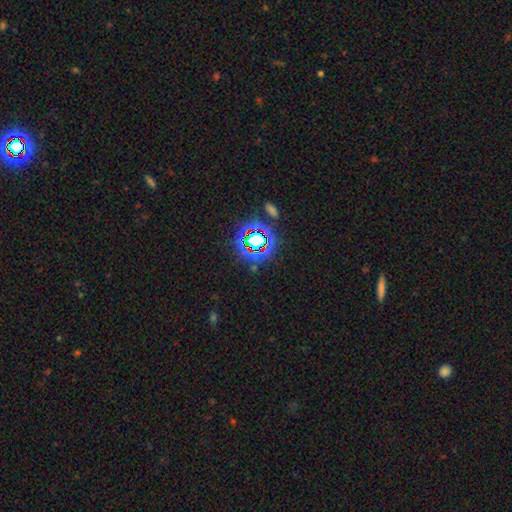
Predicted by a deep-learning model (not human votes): Overall: star or artifact (73%).